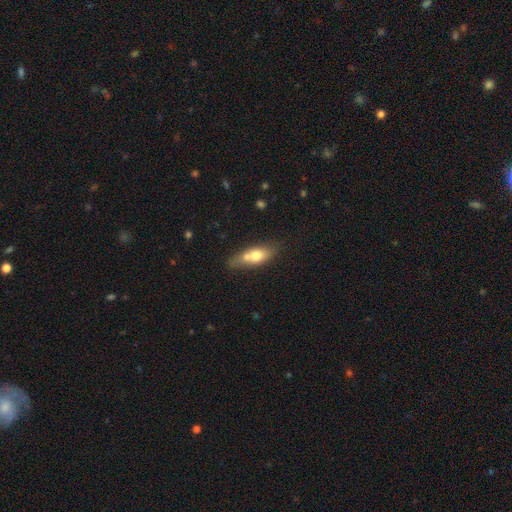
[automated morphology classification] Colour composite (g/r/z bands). It shows a smooth galaxy with no disk features (63%) that is in between round and cigar-shaped (68%). Merging: none (45%).